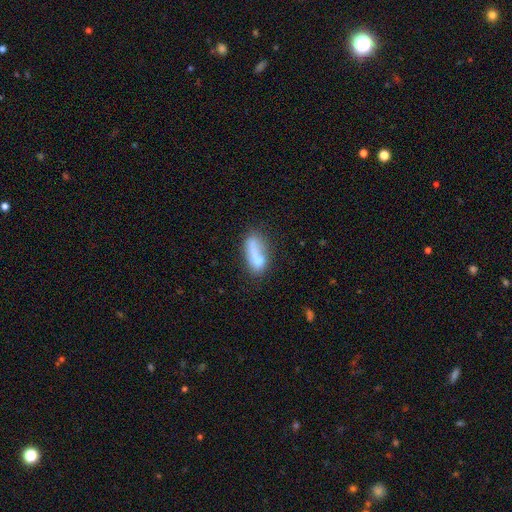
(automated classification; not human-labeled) A smooth galaxy with no disk features (68%) that is in between round and cigar-shaped (66%).

Vote fractions:
- Smooth or featured? smooth: 68% / featured or disk: 22% / star or artifact: 9%
- How rounded? in between: 66% / cigar-shaped: 30% / round: 4%
- Merging? none: 40% / minor disturbance: 23% / merger: 21% / major disturbance: 16%